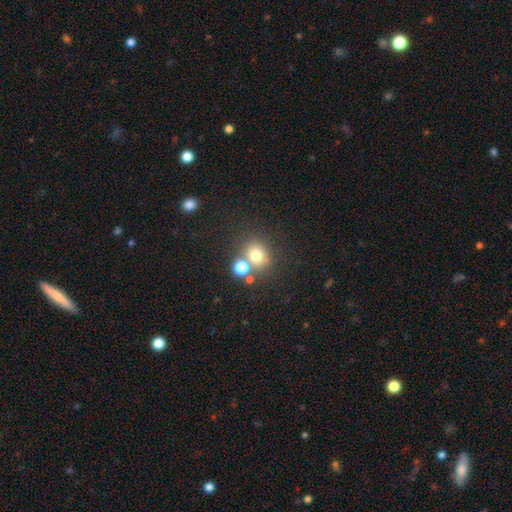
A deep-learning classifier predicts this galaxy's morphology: smooth-or-featured: smooth: 72% | star or artifact: 17% | featured or disk: 11%
  how-rounded: round: 78% | in between: 21% | cigar-shaped: 1%
  merging: none: 58% | merger: 29% | minor disturbance: 9% | major disturbance: 4%